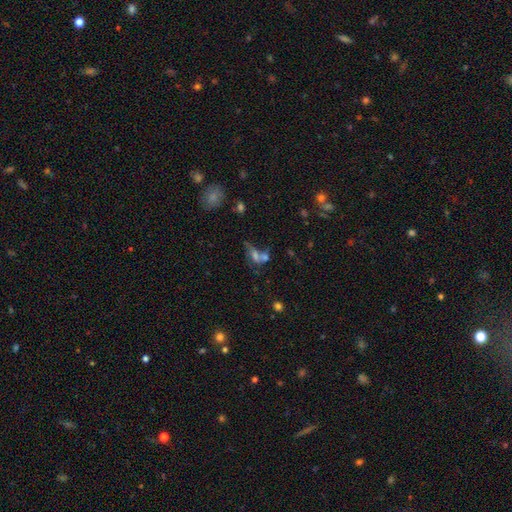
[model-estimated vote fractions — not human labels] smooth_or_featured: smooth (p=0.51) [alt: featured or disk p=0.30]
how_rounded: in between (p=0.70) [alt: round p=0.17]
merging: merger (p=0.52) [alt: none p=0.22]